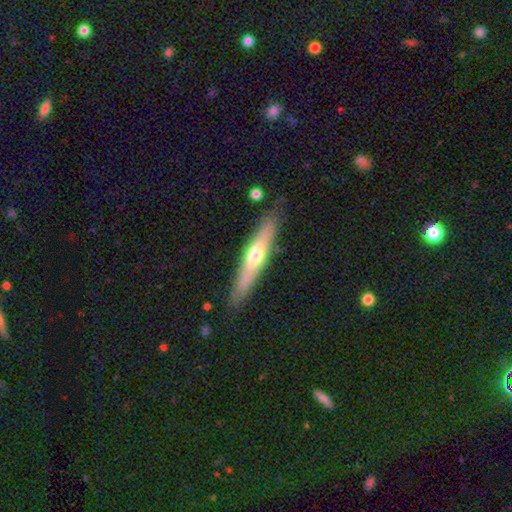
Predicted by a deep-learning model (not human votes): A featured or disk galaxy (53%) viewed edge-on (89%).

Vote fractions:
- Smooth or featured? featured or disk: 53% / smooth: 41% / star or artifact: 6%
- Edge-on disk? yes: 89% / no: 11%
- Merging? none: 86% / minor disturbance: 10% / major disturbance: 2% / merger: 2%